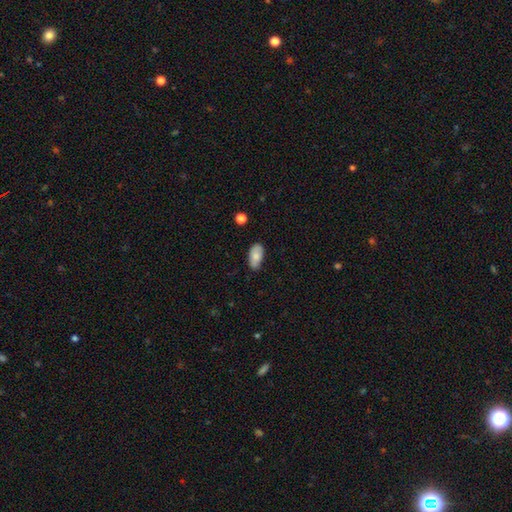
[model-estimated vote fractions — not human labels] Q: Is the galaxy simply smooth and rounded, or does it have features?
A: smooth — 82%.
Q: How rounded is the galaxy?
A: in between — 94%.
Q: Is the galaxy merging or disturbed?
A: none — 76%.